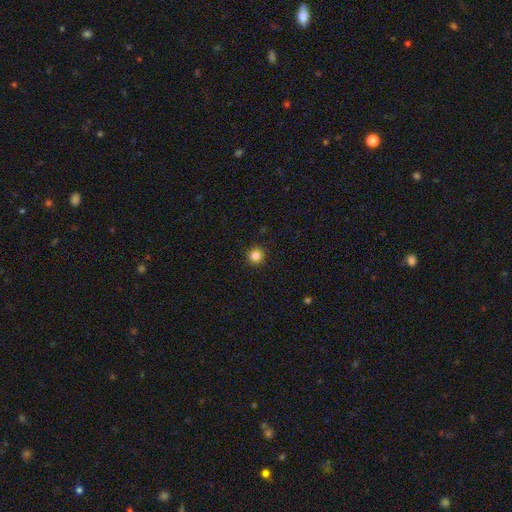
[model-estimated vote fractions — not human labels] Morphology: type=smooth (85%); roundness=round (95%); merging=none (92%).